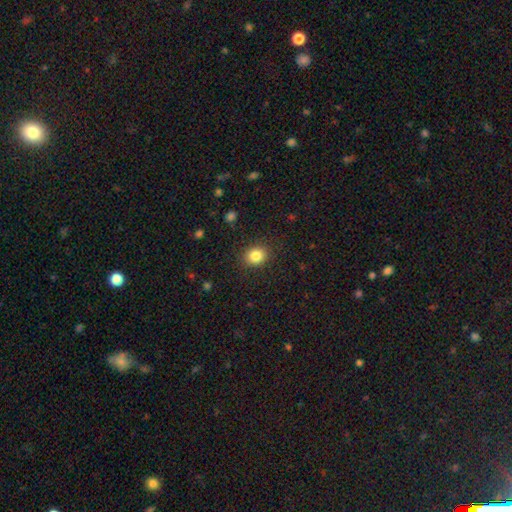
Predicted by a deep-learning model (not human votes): Morphology: type=smooth (84%); roundness=round (69%); merging=none (88%).